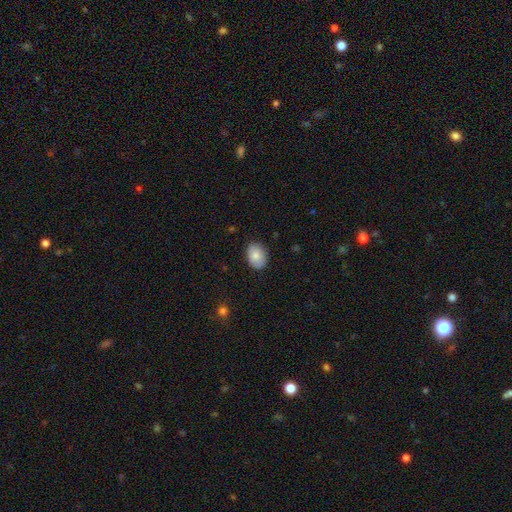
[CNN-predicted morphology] Overall: smooth (84%). How rounded: in between (78%). Merging: none (84%).